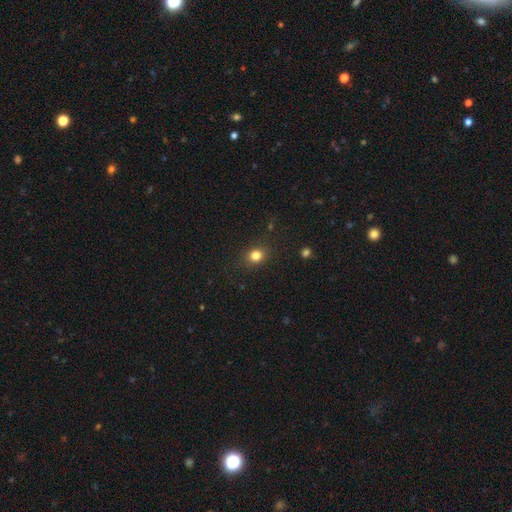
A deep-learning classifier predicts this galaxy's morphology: This is clearly a smooth galaxy (81%). How rounded: likely round (72%). Merging: clearly none (86%).